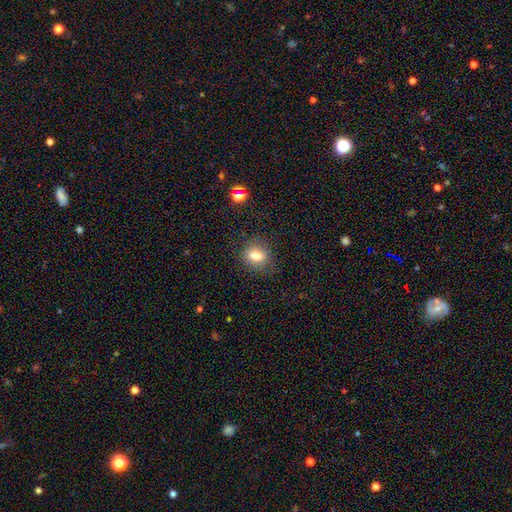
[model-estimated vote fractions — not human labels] A smooth galaxy with no disk features (78%) that is round (50%). Merging: none (80%).